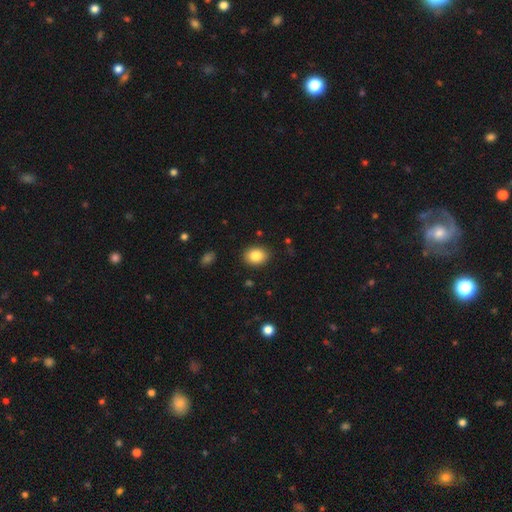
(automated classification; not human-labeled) Smooth or featured?
  - smooth: 86% *
  - star or artifact: 8%
  - featured or disk: 6%
How rounded?
  - in between: 63% *
  - round: 36%
  - cigar-shaped: 1%
Merging?
  - none: 88% *
  - minor disturbance: 9%
  - major disturbance: 2%
  - merger: 1%